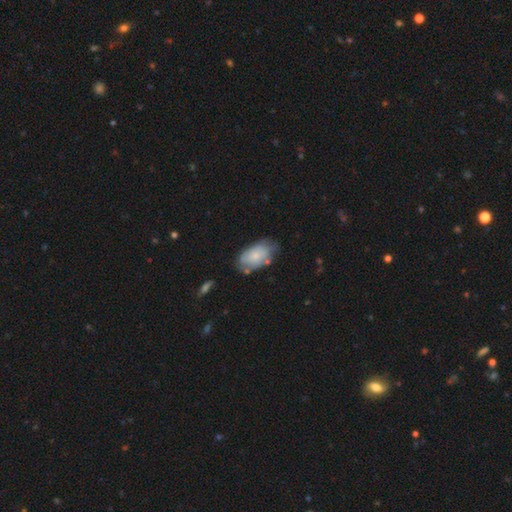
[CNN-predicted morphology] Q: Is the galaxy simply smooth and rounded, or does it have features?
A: smooth — 66%.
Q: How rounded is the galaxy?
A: in between — 93%.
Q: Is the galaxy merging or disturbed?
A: none — 59%.